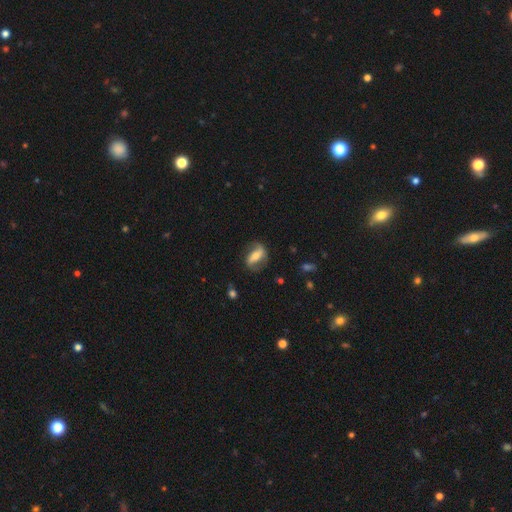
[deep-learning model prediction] A featured or disk galaxy (64%) with a strong bar (55%), spiral arms (77%) and a moderate central bulge (54%). Merging: none (73%).